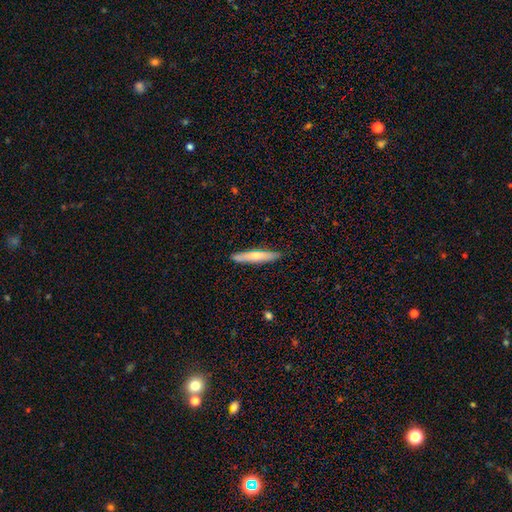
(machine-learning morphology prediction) type=smooth (64%); roundness=cigar-shaped (89%); merging=none (87%).